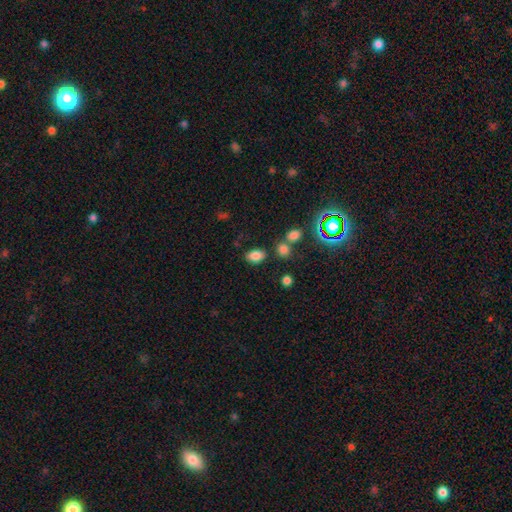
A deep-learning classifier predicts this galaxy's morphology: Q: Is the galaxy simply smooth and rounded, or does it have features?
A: smooth — 80%.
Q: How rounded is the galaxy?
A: in between — 80%.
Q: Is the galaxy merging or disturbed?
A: none — 76%.